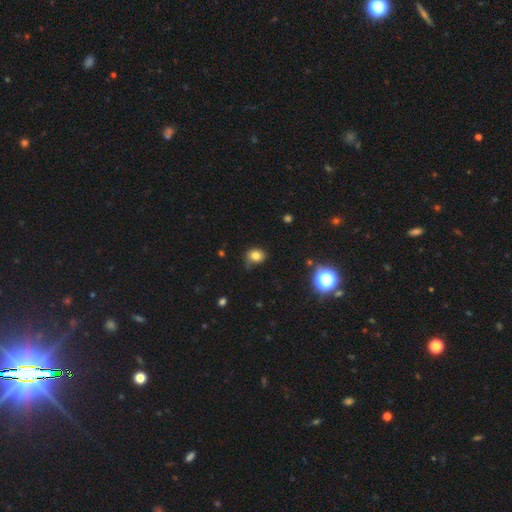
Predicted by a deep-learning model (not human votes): Q: Smooth or featured?
A: smooth (79%); runner-up: star or artifact (14%)
Q: How rounded?
A: round (64%); runner-up: in between (35%)
Q: Merging?
A: none (65%); runner-up: minor disturbance (25%)